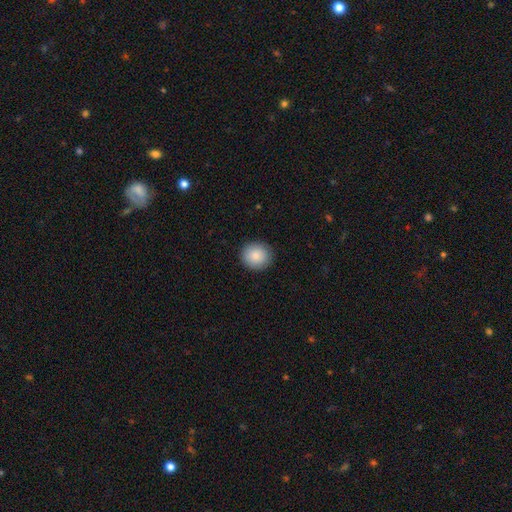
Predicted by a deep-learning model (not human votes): This appears to be a smooth galaxy with no disk features (87%) that is round (85%). Merging: none (90%).